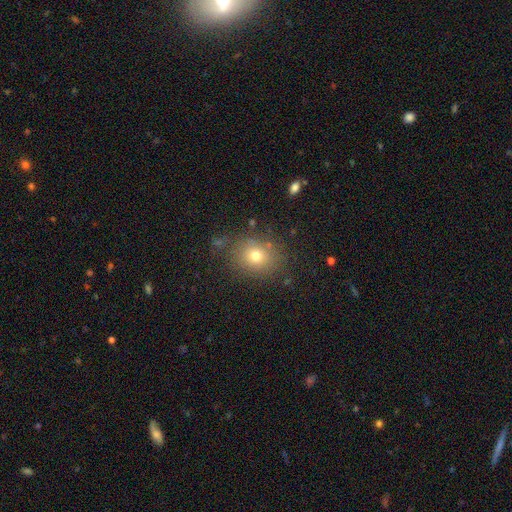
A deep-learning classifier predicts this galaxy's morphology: A smooth galaxy with no disk features (73%) that is round (63%).

Vote fractions:
- Smooth or featured? smooth: 73% / star or artifact: 15% / featured or disk: 12%
- How rounded? round: 63% / in between: 36% / cigar-shaped: 1%
- Merging? none: 80% / minor disturbance: 12% / major disturbance: 5% / merger: 3%